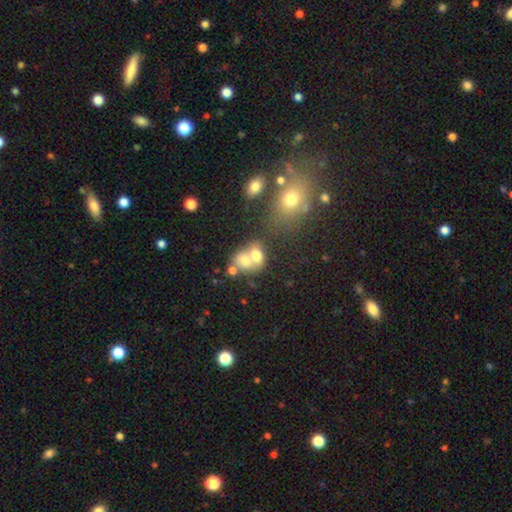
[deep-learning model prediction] Q: Smooth or featured?
A: smooth (65%); runner-up: featured or disk (23%)
Q: How rounded?
A: in between (52%); runner-up: round (46%)
Q: Merging?
A: merger (67%); runner-up: none (21%)